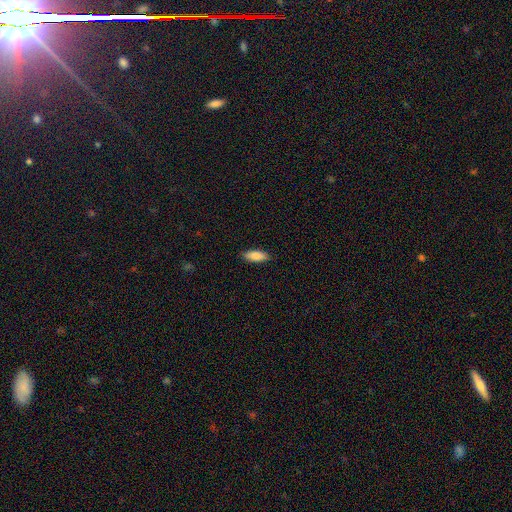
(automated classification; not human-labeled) smooth_or_featured: smooth (p=0.84) [alt: featured or disk p=0.10]
how_rounded: in between (p=0.73) [alt: cigar-shaped p=0.25]
merging: none (p=0.88) [alt: minor disturbance p=0.09]